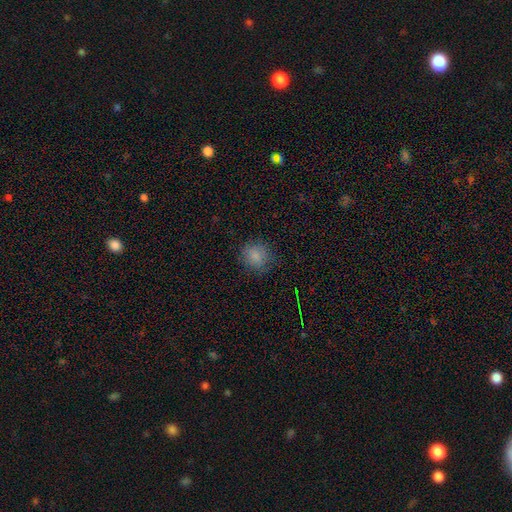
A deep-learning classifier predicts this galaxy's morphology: Overall: smooth (83%). How rounded: round (84%). Merging: none (81%).